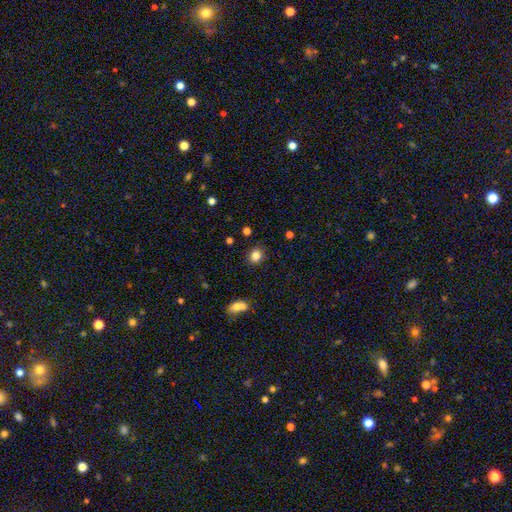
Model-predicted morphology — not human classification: smooth-or-featured: smooth: 83% | star or artifact: 11% | featured or disk: 5%
  how-rounded: round: 78% | in between: 21% | cigar-shaped: 1%
  merging: none: 89% | minor disturbance: 7% | major disturbance: 2% | merger: 2%